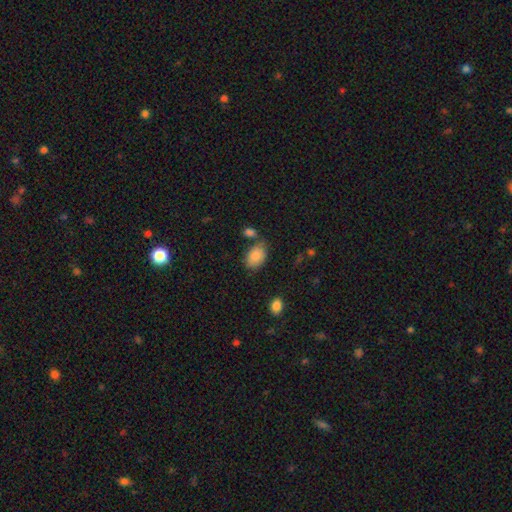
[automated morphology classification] A smooth galaxy with no disk features (86%) that is in between round and cigar-shaped (86%). Merging: none (64%).